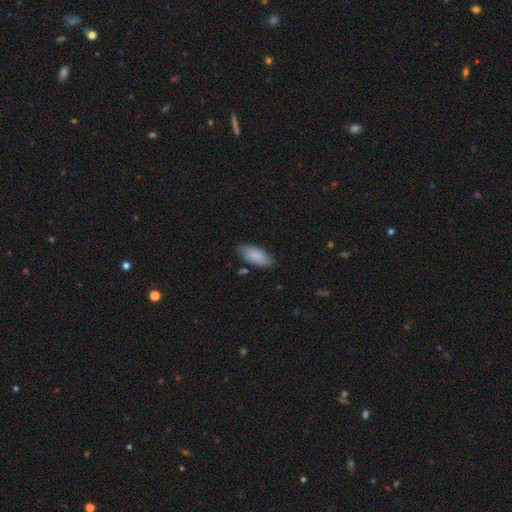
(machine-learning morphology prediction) Smooth or featured: smooth — 82% (featured or disk — 12%)
How rounded: in between — 89% (cigar-shaped — 9%)
Merging: none — 75% (minor disturbance — 18%)